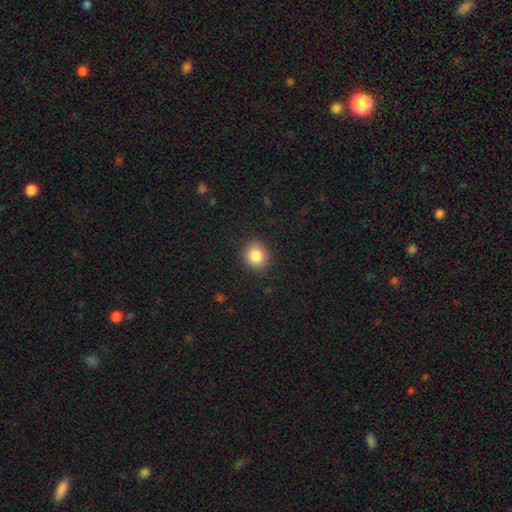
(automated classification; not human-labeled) Smooth or featured: smooth — 86% (star or artifact — 9%)
How rounded: round — 82% (in between — 17%)
Merging: none — 89% (minor disturbance — 8%)